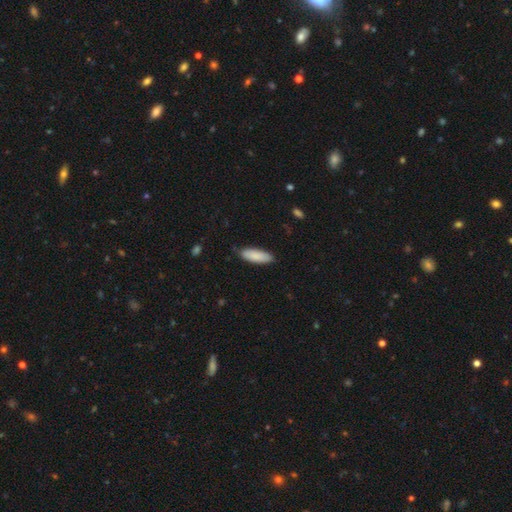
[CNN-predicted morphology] smooth-or-featured: smooth: 88% | featured or disk: 7% | star or artifact: 5%
  how-rounded: in between: 62% | cigar-shaped: 36% | round: 1%
  merging: none: 85% | minor disturbance: 12% | major disturbance: 2% | merger: 1%